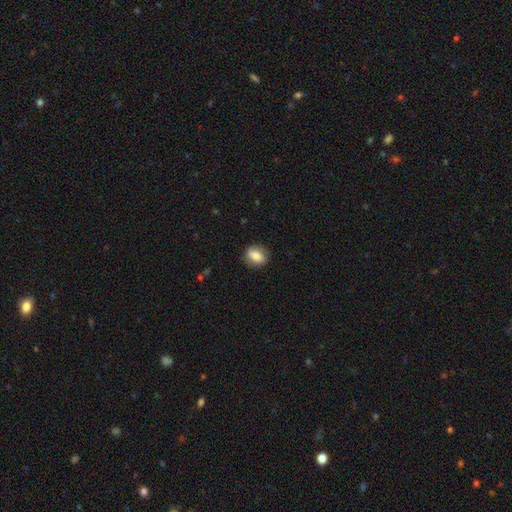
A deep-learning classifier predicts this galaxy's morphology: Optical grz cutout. It shows a smooth galaxy with no disk features (74%) that is in between round and cigar-shaped (54%). Merging: none (82%).